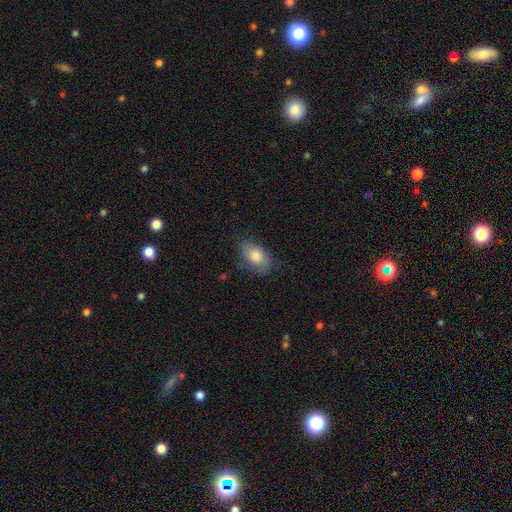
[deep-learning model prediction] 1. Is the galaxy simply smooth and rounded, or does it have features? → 74% smooth, 19% featured or disk, 7% star or artifact.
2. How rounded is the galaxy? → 90% in between, 8% round, 2% cigar-shaped.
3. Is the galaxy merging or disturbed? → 70% none, 22% minor disturbance, 7% major disturbance, 1% merger.